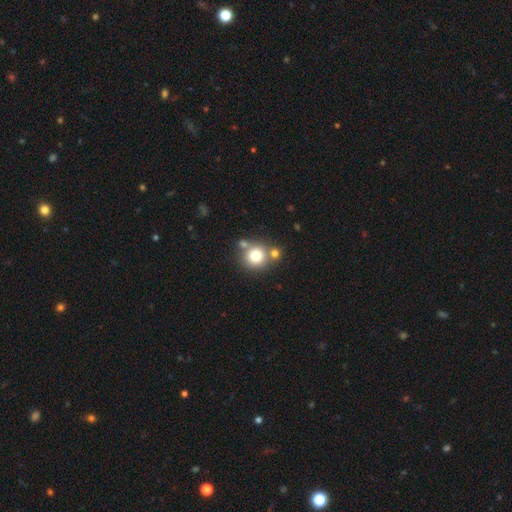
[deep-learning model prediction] smooth 76%, featured or disk 12%, star or artifact 12%. Down the decision tree: how rounded — round (89%); merging — none (62%).